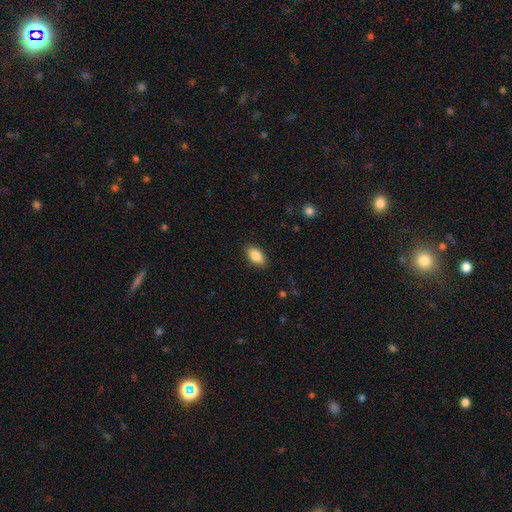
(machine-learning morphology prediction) This is clearly a smooth galaxy (88%). How rounded: clearly in between (92%). Merging: clearly none (88%).